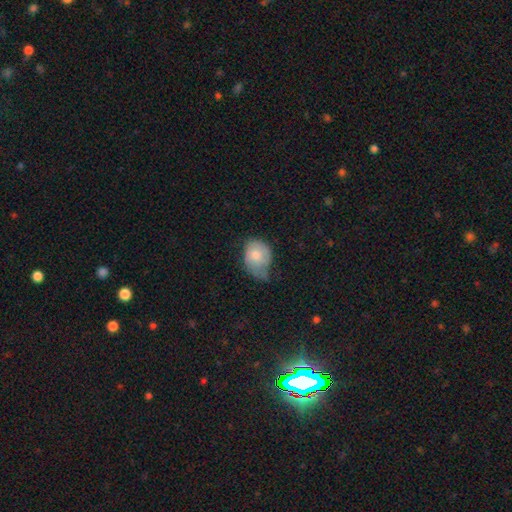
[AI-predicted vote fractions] A smooth galaxy with no disk features (68%) that is in between round and cigar-shaped (58%).

Vote fractions:
- Smooth or featured? smooth: 68% / featured or disk: 25% / star or artifact: 7%
- How rounded? in between: 58% / round: 41% / cigar-shaped: 1%
- Merging? minor disturbance: 47% / major disturbance: 25% / none: 25% / merger: 2%